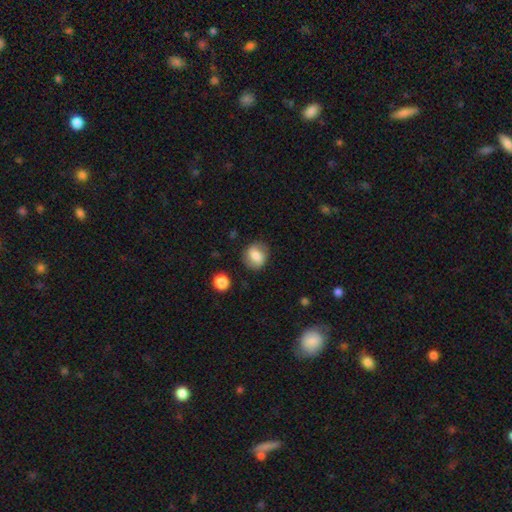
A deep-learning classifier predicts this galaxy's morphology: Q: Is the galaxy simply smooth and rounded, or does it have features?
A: smooth — 68%.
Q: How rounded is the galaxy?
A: round — 62%.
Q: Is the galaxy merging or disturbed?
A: none — 78%.